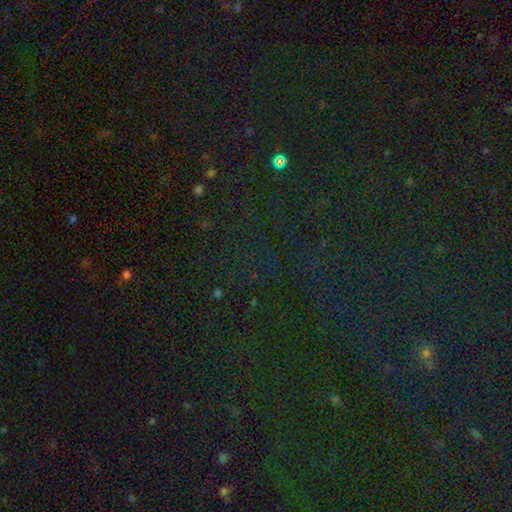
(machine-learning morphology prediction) A star or artifact, not a galaxy (80%).